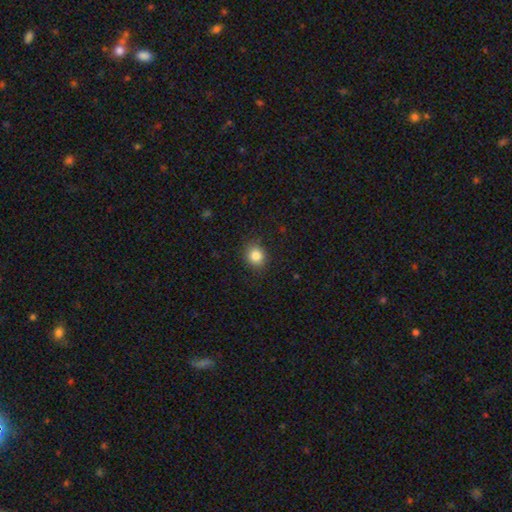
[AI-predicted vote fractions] The model was most divided on "how rounded": round: 75%, in between: 24%, cigar-shaped: 1%. More confident: merging — none (88%); smooth or featured — smooth (84%).